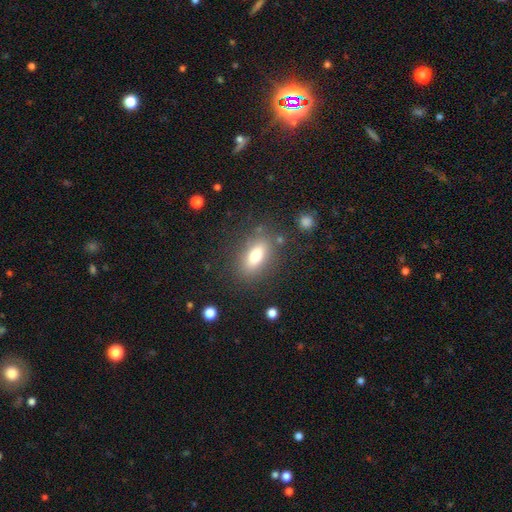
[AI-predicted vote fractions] This is likely a smooth galaxy (73%). How rounded: clearly in between (80%). Merging: clearly none (80%).